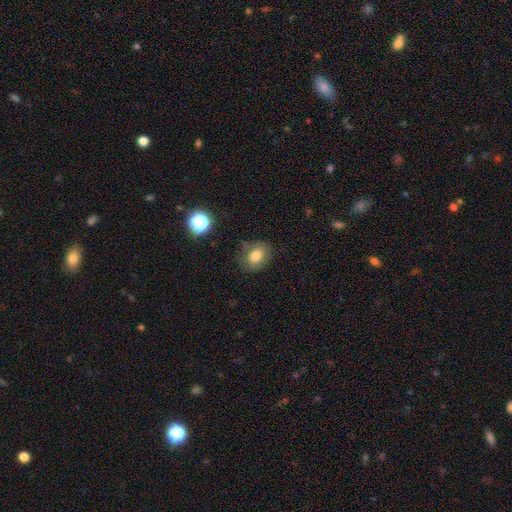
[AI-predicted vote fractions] A smooth galaxy with no disk features (76%) that is in between round and cigar-shaped (60%). Merging: none (74%).